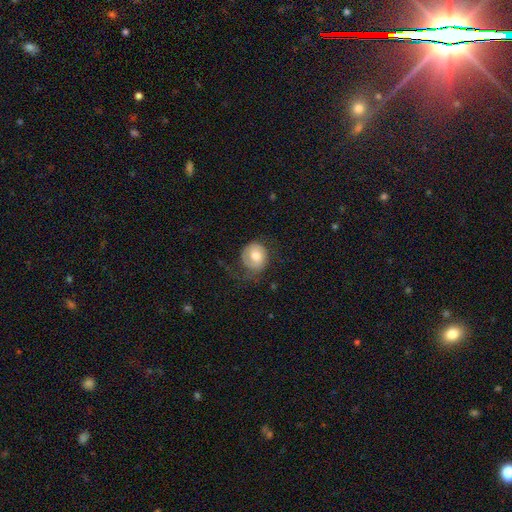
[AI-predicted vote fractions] smooth-or-featured: smooth: 54% | featured or disk: 39% | star or artifact: 7%
  how-rounded: round: 70% | in between: 29% | cigar-shaped: 1%
  merging: none: 50% | major disturbance: 24% | minor disturbance: 24% | merger: 1%